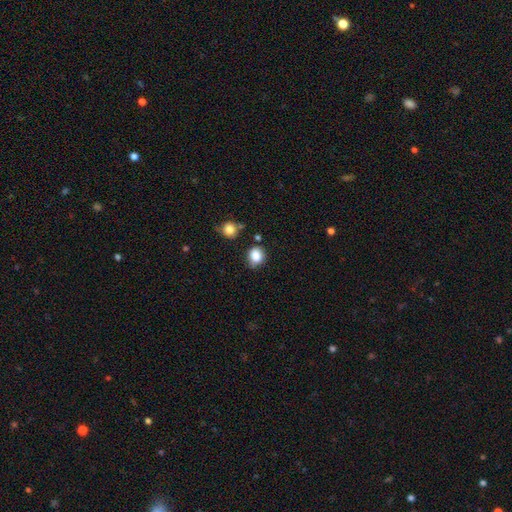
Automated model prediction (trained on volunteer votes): Smooth or featured?
  - smooth: 84% *
  - star or artifact: 10%
  - featured or disk: 5%
How rounded?
  - round: 65% *
  - in between: 34%
  - cigar-shaped: 1%
Merging?
  - none: 70% *
  - minor disturbance: 21%
  - merger: 5%
  - major disturbance: 4%